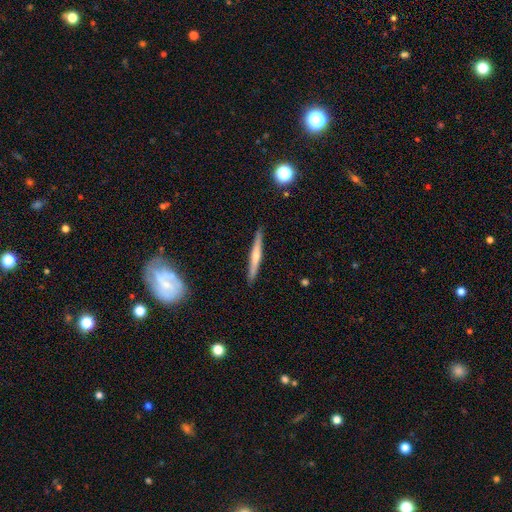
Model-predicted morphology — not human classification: A featured or disk galaxy (49%). Merging: none (90%).